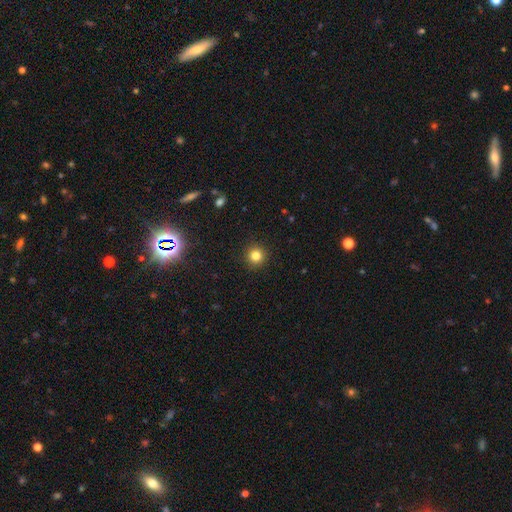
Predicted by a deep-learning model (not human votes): Q: Smooth or featured?
A: smooth (81%); runner-up: star or artifact (14%)
Q: How rounded?
A: round (95%); runner-up: in between (4%)
Q: Merging?
A: none (93%); runner-up: minor disturbance (5%)